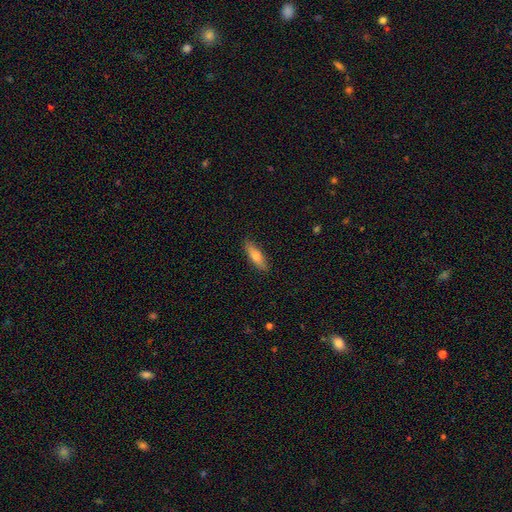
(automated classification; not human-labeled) Q: Smooth or featured?
A: smooth (67%); runner-up: featured or disk (27%)
Q: How rounded?
A: cigar-shaped (60%); runner-up: in between (38%)
Q: Merging?
A: none (88%); runner-up: minor disturbance (9%)